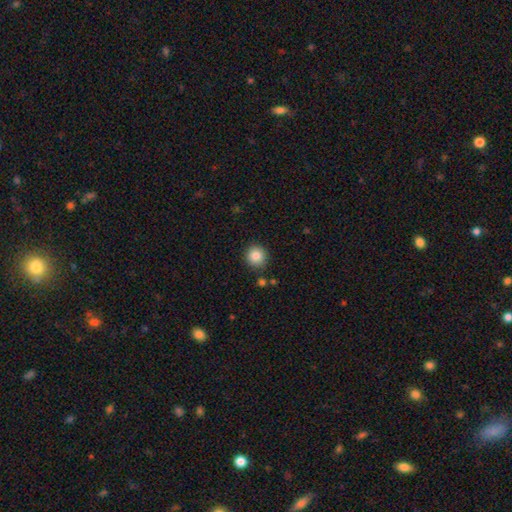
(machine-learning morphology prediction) Smooth or featured?
  - smooth: 85% *
  - star or artifact: 9%
  - featured or disk: 5%
How rounded?
  - round: 92% *
  - in between: 7%
  - cigar-shaped: 1%
Merging?
  - none: 88% *
  - minor disturbance: 7%
  - merger: 3%
  - major disturbance: 2%